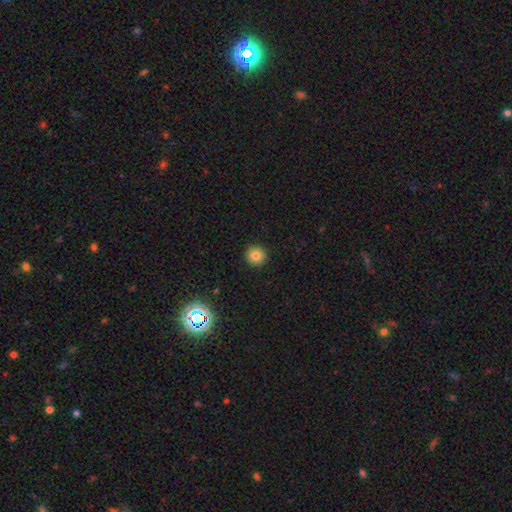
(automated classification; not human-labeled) A smooth galaxy with no disk features (80%) that is round (95%).

Vote fractions:
- Smooth or featured? smooth: 80% / star or artifact: 13% / featured or disk: 7%
- How rounded? round: 95% / in between: 4% / cigar-shaped: 1%
- Merging? none: 93% / minor disturbance: 5% / major disturbance: 2% / merger: 1%